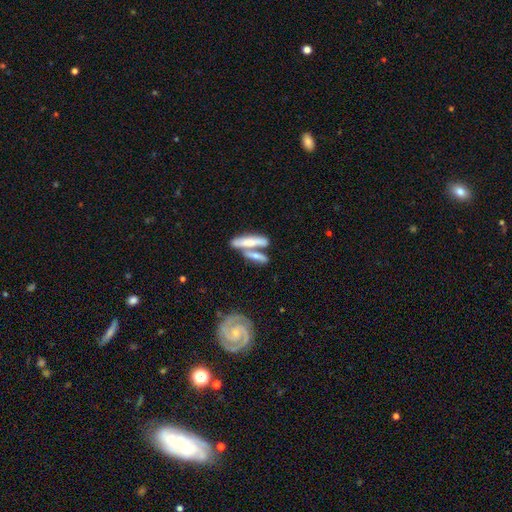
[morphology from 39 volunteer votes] Smooth or featured?
  - smooth: 51% *
  - featured or disk: 41%
  - star or artifact: 8%
How rounded?
  - cigar-shaped: 75% *
  - in between: 20%
  - round: 5%
Merging?
  - none: 50% *
  - merger: 44%
  - minor disturbance: 6%
  - major disturbance: 0%